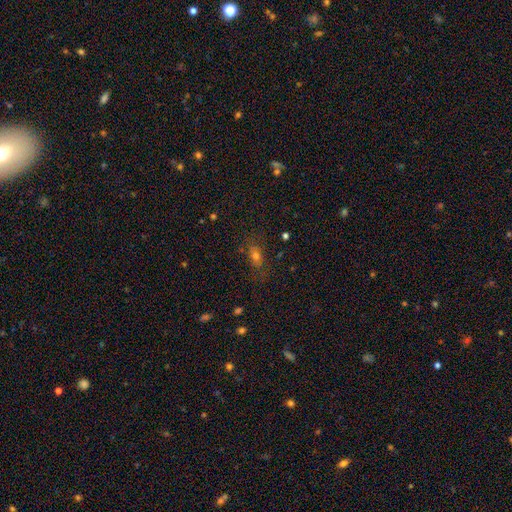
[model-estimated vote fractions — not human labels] Smooth or featured: smooth — 57% (star or artifact — 24%)
How rounded: in between — 69% (round — 21%)
Merging: none — 72% (minor disturbance — 17%)